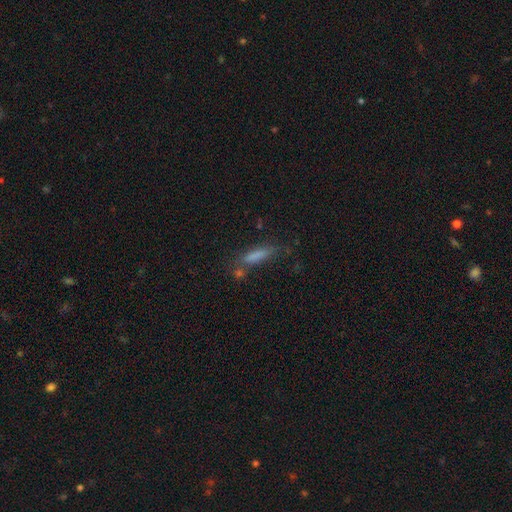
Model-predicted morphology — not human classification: The model was most divided on "merging": none: 67%, minor disturbance: 18%, merger: 9%, major disturbance: 7%. More confident: how rounded — cigar-shaped (79%); smooth or featured — smooth (76%).